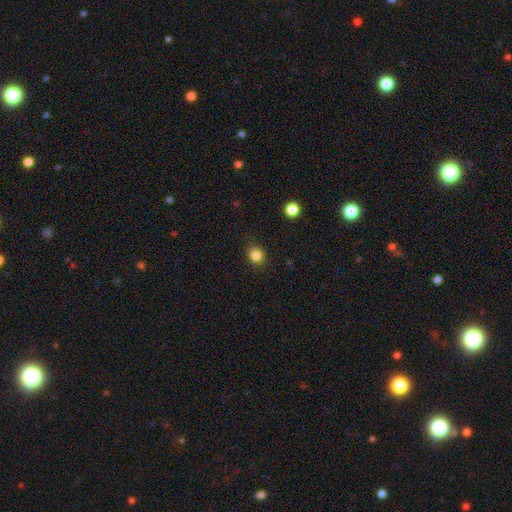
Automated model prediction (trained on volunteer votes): smooth-or-featured: smooth: 84% | star or artifact: 12% | featured or disk: 4%
  how-rounded: round: 83% | in between: 16% | cigar-shaped: 1%
  merging: none: 87% | minor disturbance: 9% | major disturbance: 3% | merger: 1%